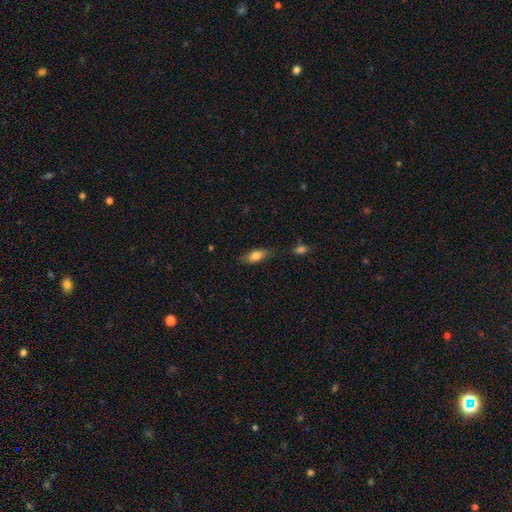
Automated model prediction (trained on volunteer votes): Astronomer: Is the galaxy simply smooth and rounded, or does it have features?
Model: smooth — 78%.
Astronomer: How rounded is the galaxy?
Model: in between — 78%.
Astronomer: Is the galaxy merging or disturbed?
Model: none — 74%.